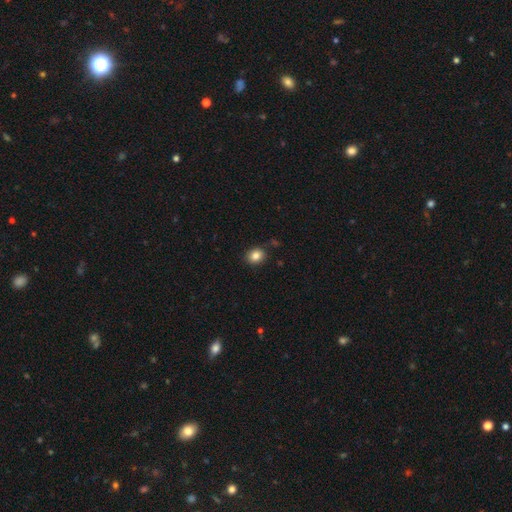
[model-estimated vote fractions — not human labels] Smooth or featured? Predicted: smooth (p=0.85). How rounded? Predicted: round (p=0.53). Merging? Predicted: none (p=0.86).